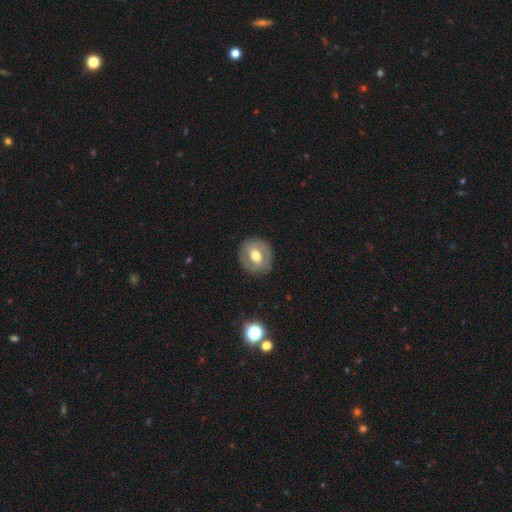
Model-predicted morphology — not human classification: Smooth or featured: featured or disk — 46% (tied with smooth — 46%)
Merging: none — 87% (minor disturbance — 9%)